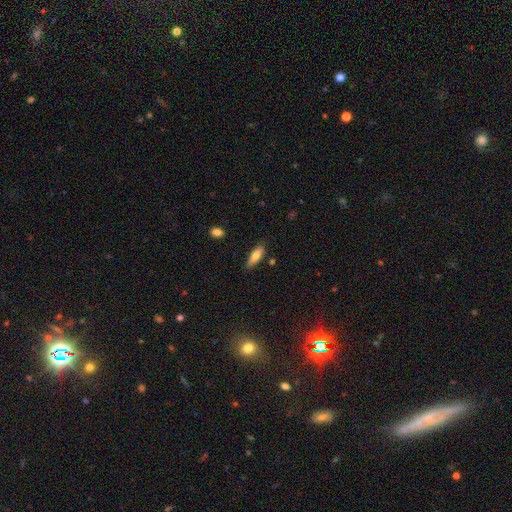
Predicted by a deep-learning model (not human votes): This is likely a smooth galaxy (71%). How rounded: possibly in between (50%). Merging: clearly none (81%).